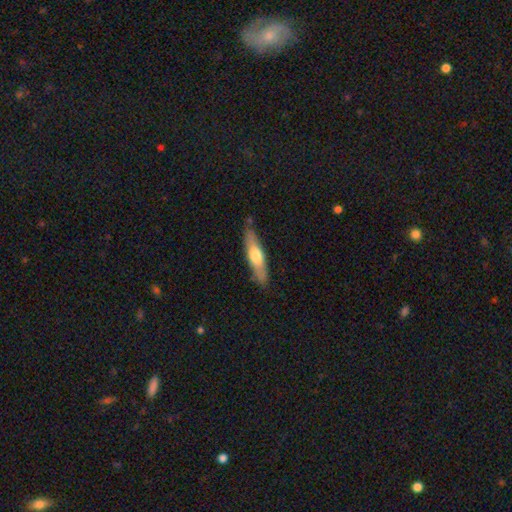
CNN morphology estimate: The model was most divided on "smooth or featured": smooth: 55%, featured or disk: 39%, star or artifact: 5%. More confident: merging — none (82%); how rounded — cigar-shaped (75%).